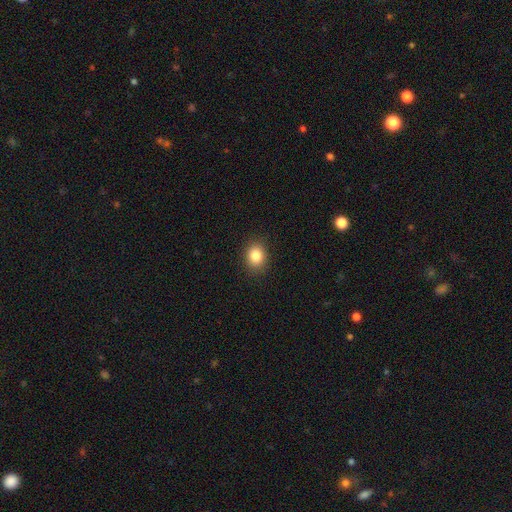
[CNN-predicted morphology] This appears to be a smooth galaxy with no disk features (84%) that is round (52%). Merging: none (88%).